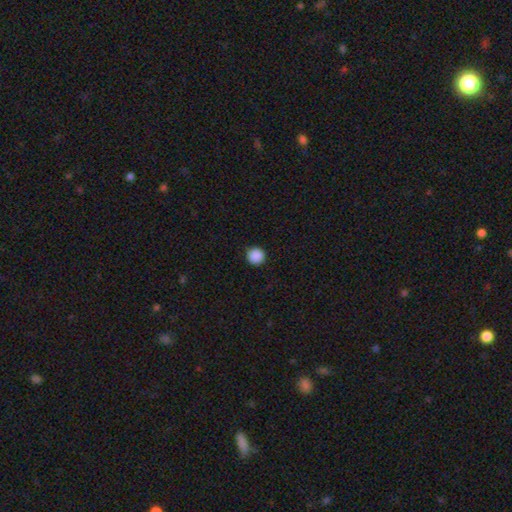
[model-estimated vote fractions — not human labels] The model was most divided on "smooth or featured": smooth: 88%, star or artifact: 9%, featured or disk: 2%. More confident: how rounded — round (96%); merging — none (91%).